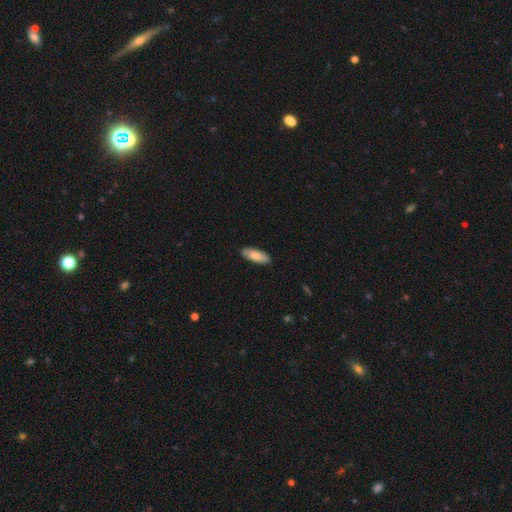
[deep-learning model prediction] Overall: smooth (80%). How rounded: in between (73%). Merging: none (89%).